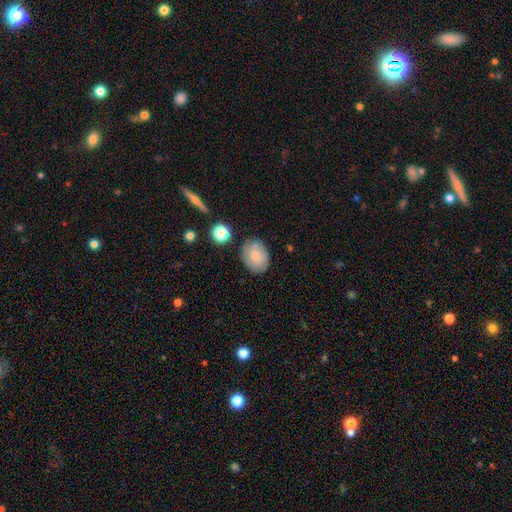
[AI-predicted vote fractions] Smooth or featured? Predicted: smooth (p=0.72). How rounded? Predicted: in between (p=0.53). Merging? Predicted: none (p=0.76).